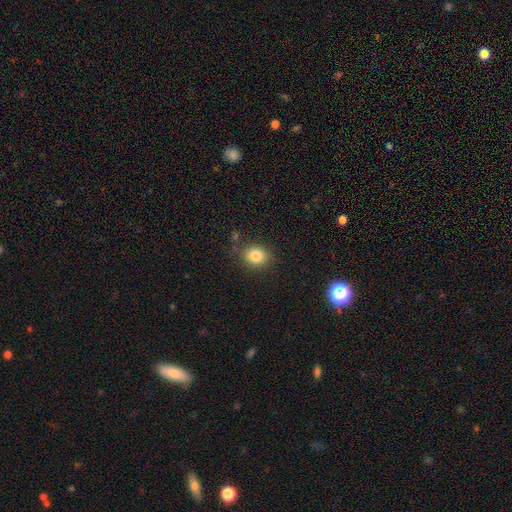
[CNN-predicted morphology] This is clearly a smooth galaxy (82%). How rounded: likely round (69%). Merging: clearly none (81%).